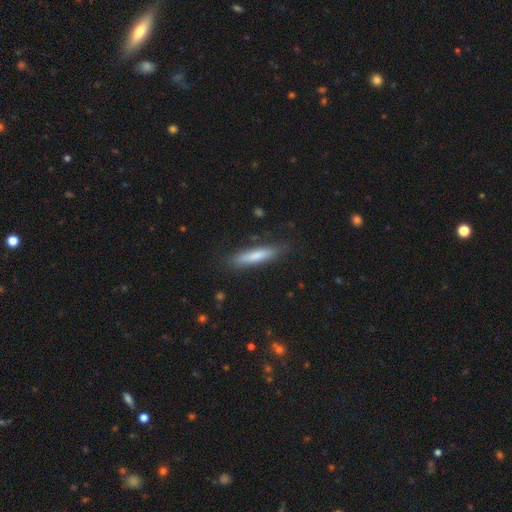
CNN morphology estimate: Overall: smooth (73%). How rounded: cigar-shaped (85%). Merging: none (83%).